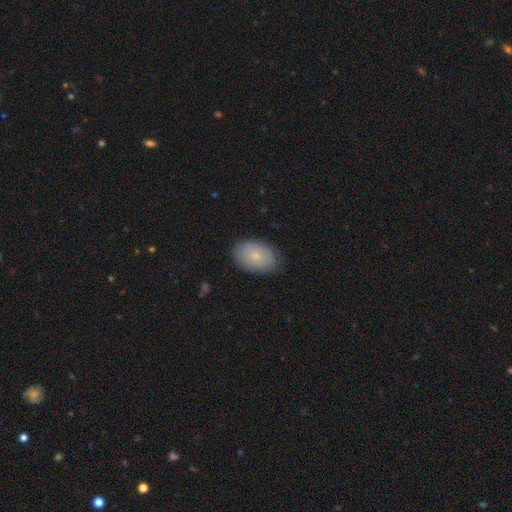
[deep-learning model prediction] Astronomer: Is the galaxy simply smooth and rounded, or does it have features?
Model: smooth — 77%.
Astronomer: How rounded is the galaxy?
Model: in between — 85%.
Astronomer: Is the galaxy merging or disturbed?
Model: none — 84%.